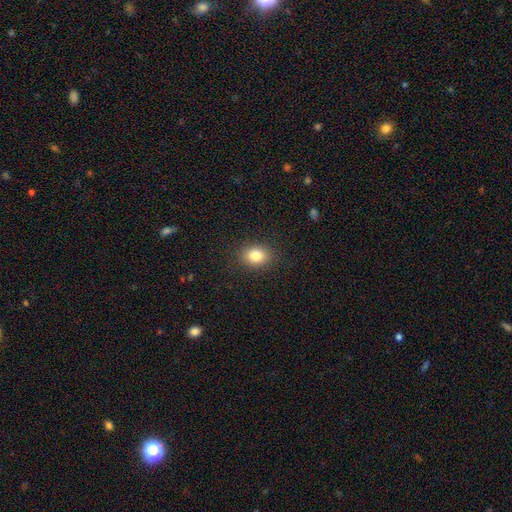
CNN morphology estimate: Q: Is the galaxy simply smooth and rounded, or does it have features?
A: smooth — 83%.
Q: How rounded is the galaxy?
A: in between — 59%.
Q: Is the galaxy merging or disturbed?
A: none — 89%.